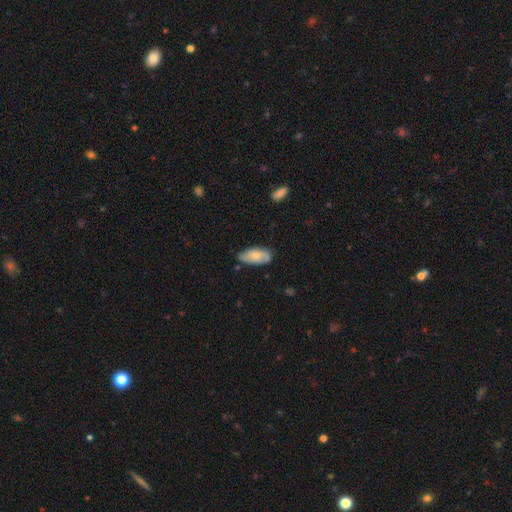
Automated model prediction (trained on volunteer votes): Smooth or featured? smooth (61%)
How rounded? in between (88%)
Merging? none (72%)